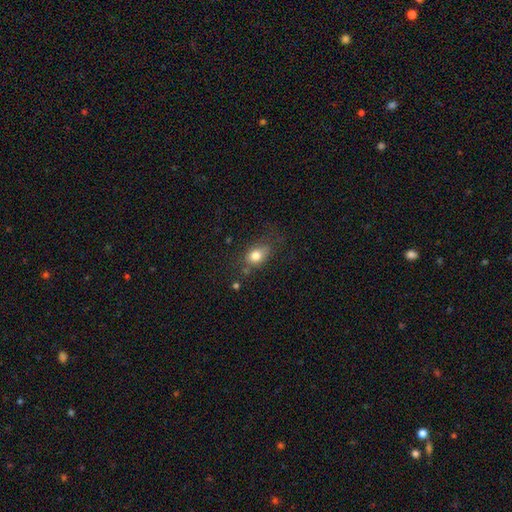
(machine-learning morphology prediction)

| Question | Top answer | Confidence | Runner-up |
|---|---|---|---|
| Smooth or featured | smooth | 80% | featured or disk (11%) |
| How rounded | in between | 69% | round (29%) |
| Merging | none | 59% | minor disturbance (25%) |